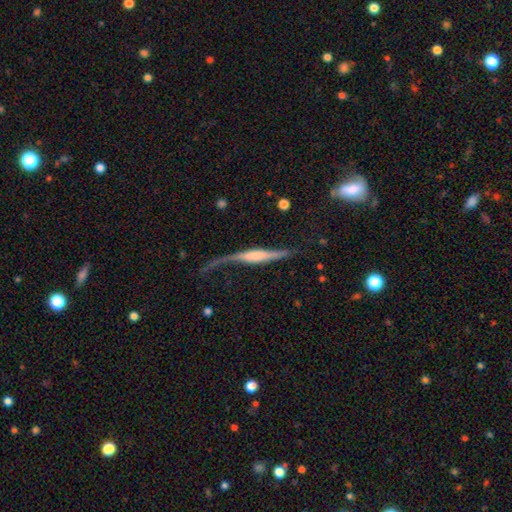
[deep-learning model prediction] This appears to be a featured or disk galaxy (70%) viewed edge-on (70%). Merging: none (41%).